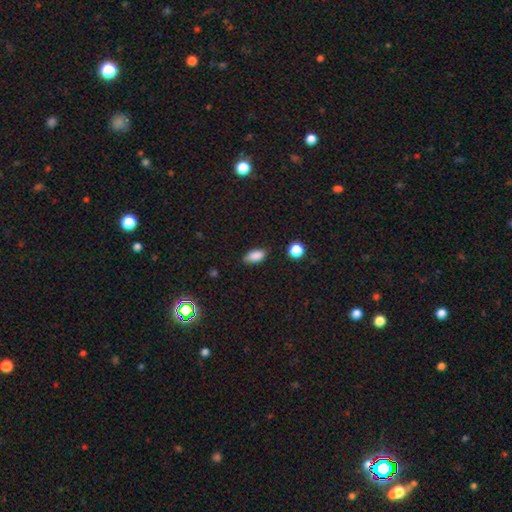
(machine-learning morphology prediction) This appears to be a smooth galaxy with no disk features (86%) that is in between round and cigar-shaped (89%). Merging: none (80%).